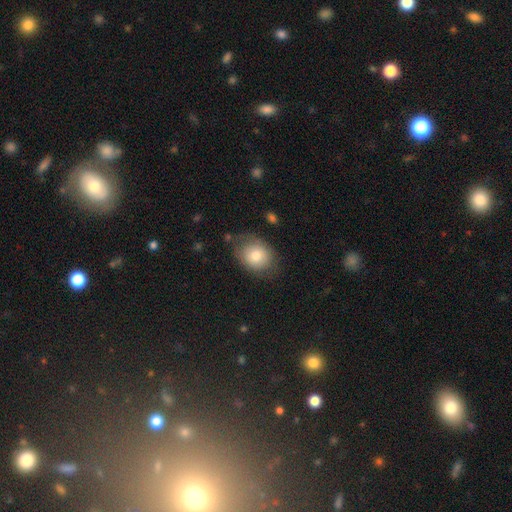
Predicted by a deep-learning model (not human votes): Morphology: type=smooth (76%); roundness=in between (56%); merging=none (64%).